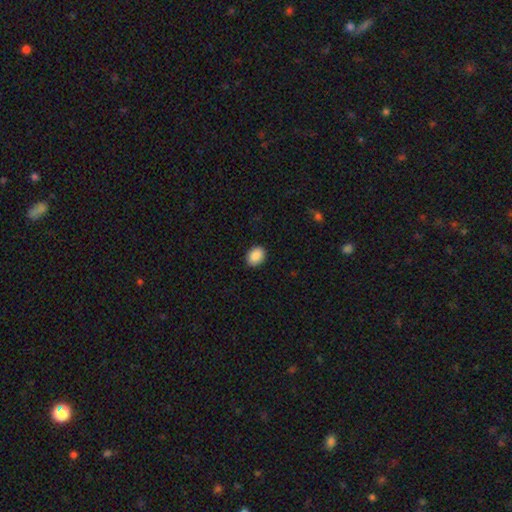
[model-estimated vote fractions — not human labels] A smooth galaxy with no disk features (90%) that is in between round and cigar-shaped (68%). Merging: none (90%).